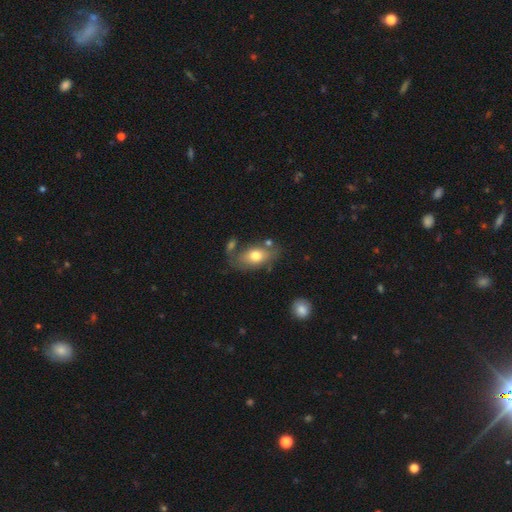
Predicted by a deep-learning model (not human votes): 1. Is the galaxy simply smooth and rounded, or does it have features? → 70% smooth, 23% featured or disk, 7% star or artifact.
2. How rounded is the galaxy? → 87% in between, 11% round, 3% cigar-shaped.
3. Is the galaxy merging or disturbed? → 57% none, 20% minor disturbance, 14% merger, 9% major disturbance.